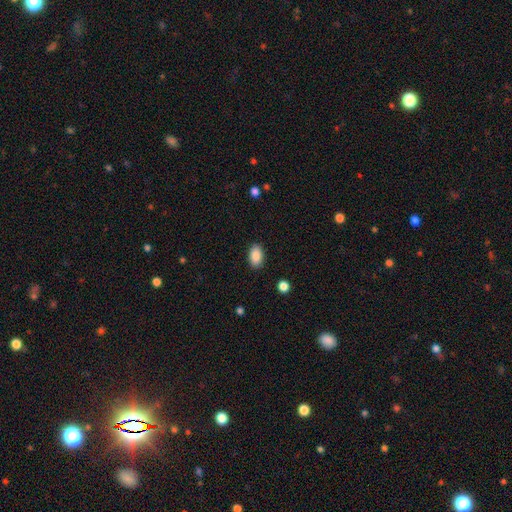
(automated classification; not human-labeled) smooth-or-featured: smooth: 89% | star or artifact: 7% | featured or disk: 4%
  how-rounded: in between: 91% | round: 7% | cigar-shaped: 1%
  merging: none: 89% | minor disturbance: 8% | major disturbance: 2% | merger: 1%